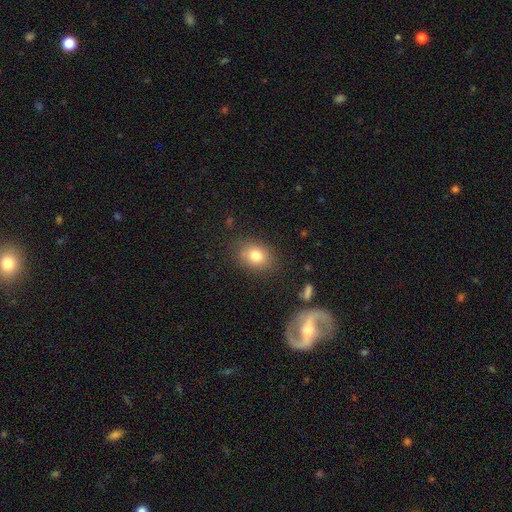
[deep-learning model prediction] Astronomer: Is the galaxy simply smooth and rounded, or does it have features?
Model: smooth — 80%.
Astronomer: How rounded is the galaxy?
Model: in between — 64%.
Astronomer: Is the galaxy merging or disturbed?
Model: none — 81%.